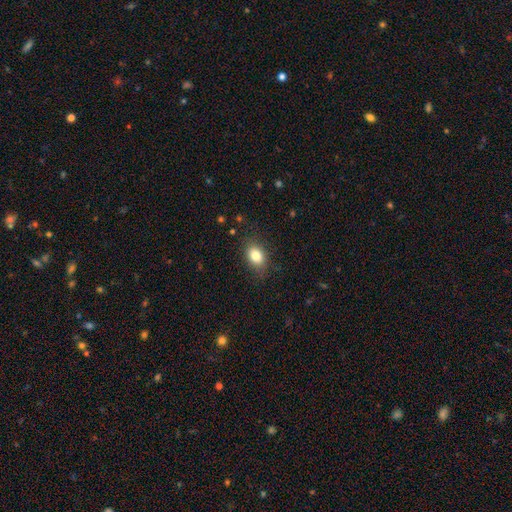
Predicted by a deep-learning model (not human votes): Morphology: type=smooth (82%); roundness=in between (71%); merging=none (82%).